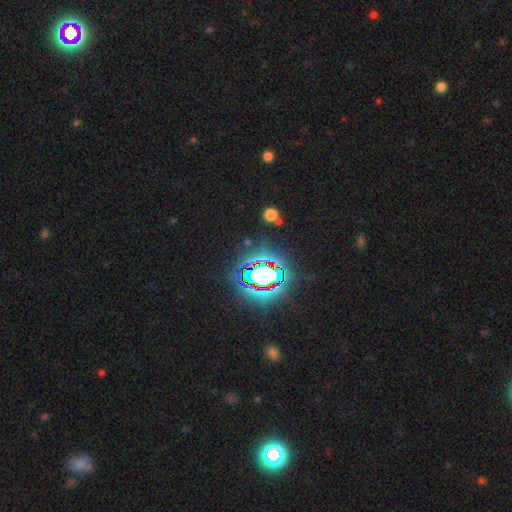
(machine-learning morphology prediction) Q: Smooth or featured?
A: star or artifact (83%); runner-up: smooth (10%)